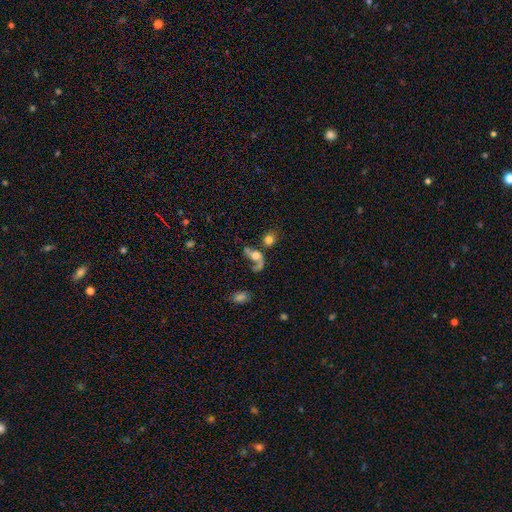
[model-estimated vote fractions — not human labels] Smooth or featured? smooth (45%)
Merging? merger (33%)